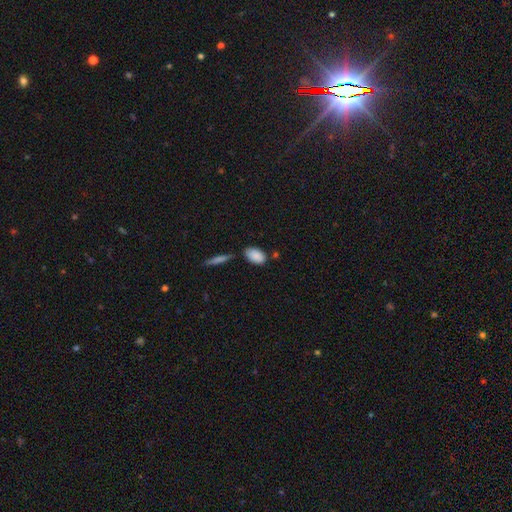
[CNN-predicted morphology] smooth 88%, star or artifact 7%, featured or disk 5%. Down the decision tree: how rounded — in between (91%); merging — none (71%).